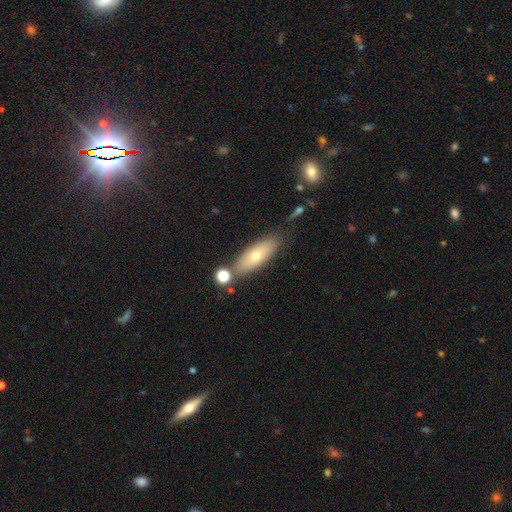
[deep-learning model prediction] smooth 65%, featured or disk 27%, star or artifact 8%. Down the decision tree: how rounded — in between (59%); merging — none (74%).